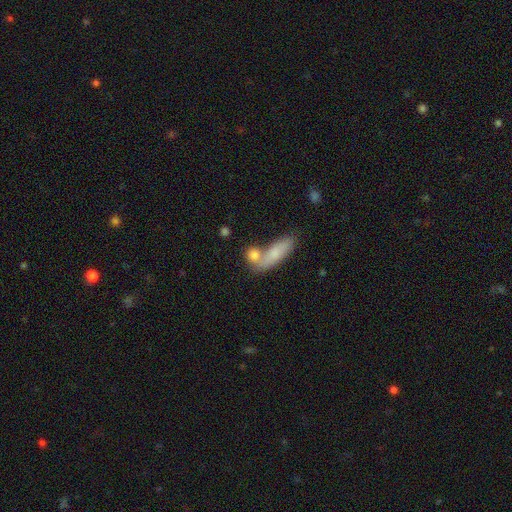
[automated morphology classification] Smooth or featured?
  - smooth: 74% *
  - featured or disk: 17%
  - star or artifact: 8%
How rounded?
  - in between: 49% *
  - cigar-shaped: 31%
  - round: 20%
Merging?
  - none: 47% *
  - merger: 36%
  - minor disturbance: 12%
  - major disturbance: 5%